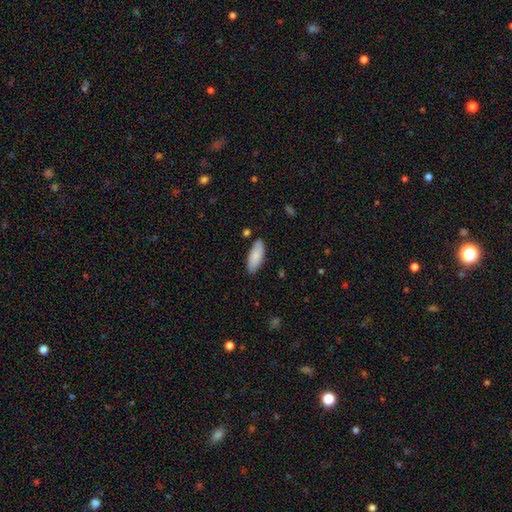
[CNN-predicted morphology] Q: Smooth or featured?
A: smooth (86%); runner-up: featured or disk (8%)
Q: How rounded?
A: in between (79%); runner-up: cigar-shaped (19%)
Q: Merging?
A: none (84%); runner-up: minor disturbance (12%)